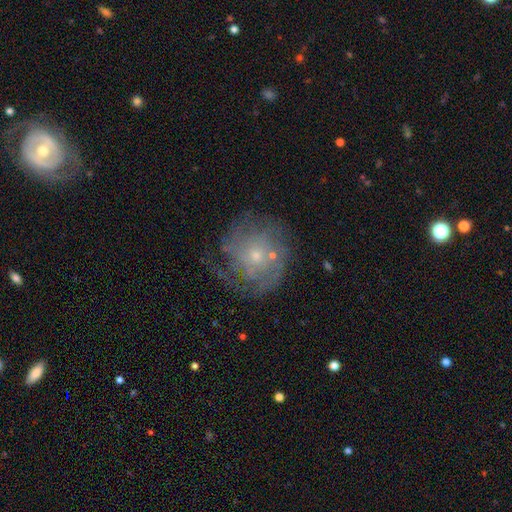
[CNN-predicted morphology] featured or disk 67%, smooth 23%, star or artifact 9%. Down the decision tree: edge-on disk — no (97%); bar — no (83%); spiral arms — yes (75%); bulge size — small (70%); merging — none (58%).